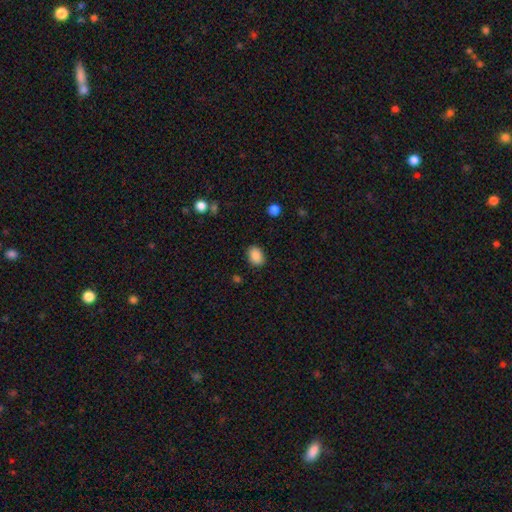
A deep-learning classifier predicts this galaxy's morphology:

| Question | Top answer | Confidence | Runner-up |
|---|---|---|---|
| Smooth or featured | smooth | 88% | star or artifact (8%) |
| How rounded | in between | 75% | round (24%) |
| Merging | none | 86% | minor disturbance (10%) |